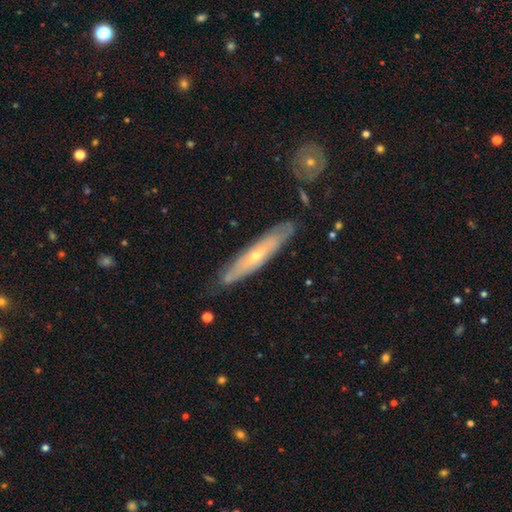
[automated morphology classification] A featured or disk galaxy (64%) viewed edge-on (59%). Merging: none (80%).